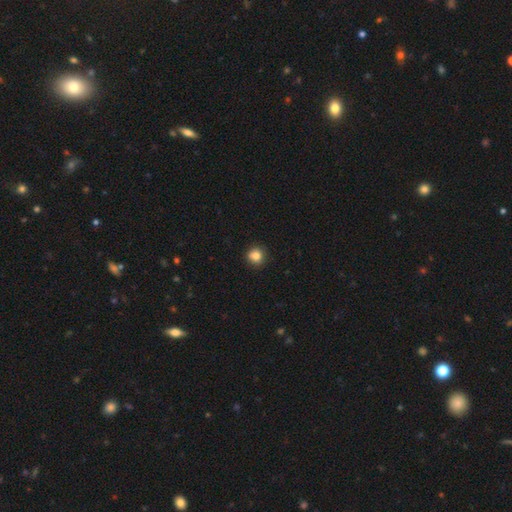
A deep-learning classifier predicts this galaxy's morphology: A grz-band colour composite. It shows a smooth galaxy with no disk features (85%) that is round (88%). Merging: none (87%).